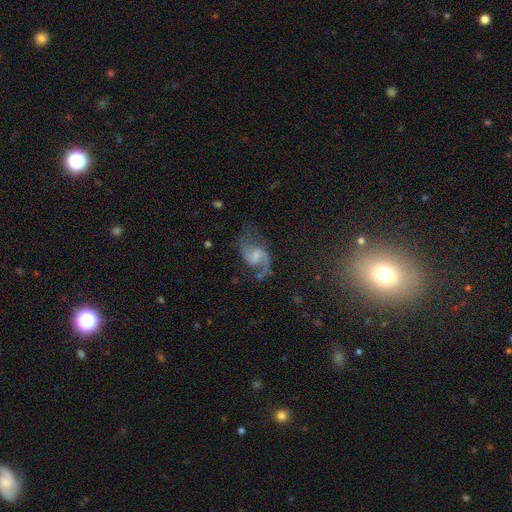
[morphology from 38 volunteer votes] Q: Smooth or featured?
A: featured or disk (89%); runner-up: star or artifact (8%)
Q: Edge-on disk?
A: no (100%)
Q: Bar?
A: weak (68%); runner-up: no (21%)
Q: Spiral arms?
A: yes (97%); runner-up: no (3%)
Q: Spiral winding?
A: loose (52%); runner-up: medium (42%)
Q: Spiral arm count?
A: 2 (76%); runner-up: 1 (24%)
Q: Bulge size?
A: small (38%); tied with: none (38%)
Q: Merging?
A: none (49%); runner-up: minor disturbance (29%)